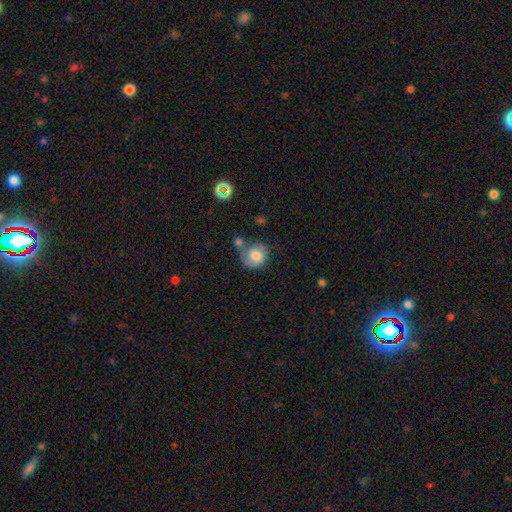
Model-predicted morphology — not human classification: smooth_or_featured: smooth (p=0.67) [alt: featured or disk p=0.25]
how_rounded: round (p=0.79) [alt: in between p=0.20]
merging: none (p=0.42) [alt: merger p=0.25]